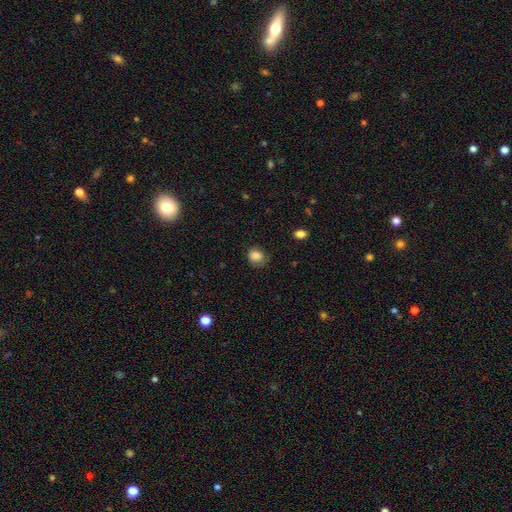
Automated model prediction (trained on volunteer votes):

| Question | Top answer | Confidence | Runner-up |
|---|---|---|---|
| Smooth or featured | smooth | 85% | star or artifact (10%) |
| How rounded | round | 64% | in between (35%) |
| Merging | none | 71% | minor disturbance (23%) |